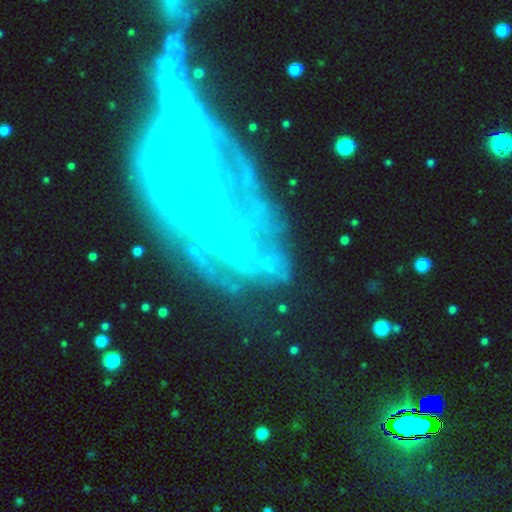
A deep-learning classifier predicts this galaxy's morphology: smooth_or_featured: featured or disk (p=0.74) [alt: star or artifact p=0.15]
disk_edge_on: no (p=0.94) [alt: yes p=0.06]
bar: no (p=0.69) [alt: weak p=0.20]
has_spiral_arms: yes (p=0.67) [alt: no p=0.33]
bulge_size: small (p=0.49) [alt: none p=0.38]
merging: none (p=0.37) [alt: major disturbance p=0.32]